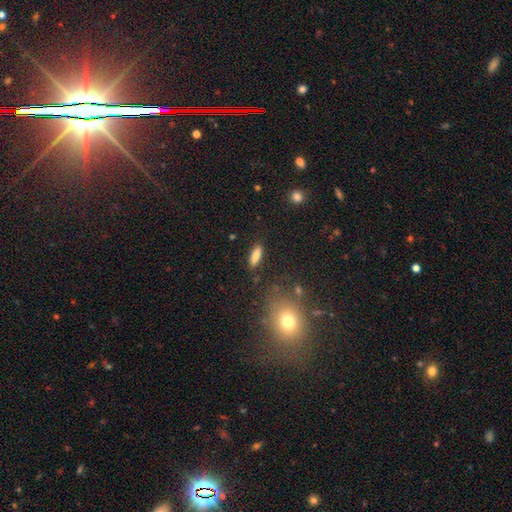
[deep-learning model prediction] The model was most divided on "how rounded": in between: 56%, cigar-shaped: 42%, round: 3%. More confident: merging — none (85%); smooth or featured — smooth (82%).